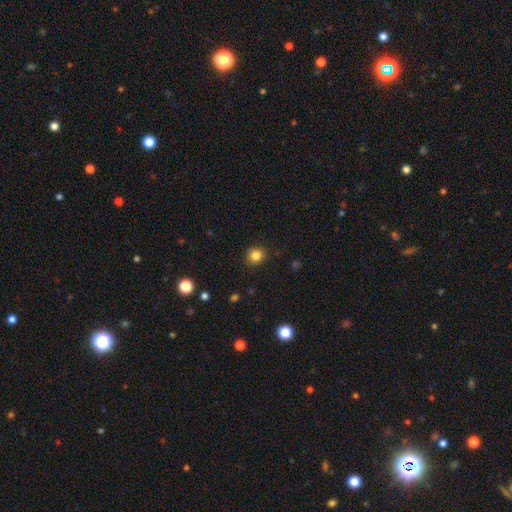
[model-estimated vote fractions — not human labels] smooth_or_featured: smooth (p=0.83) [alt: star or artifact p=0.12]
how_rounded: round (p=0.83) [alt: in between p=0.16]
merging: none (p=0.90) [alt: minor disturbance p=0.07]